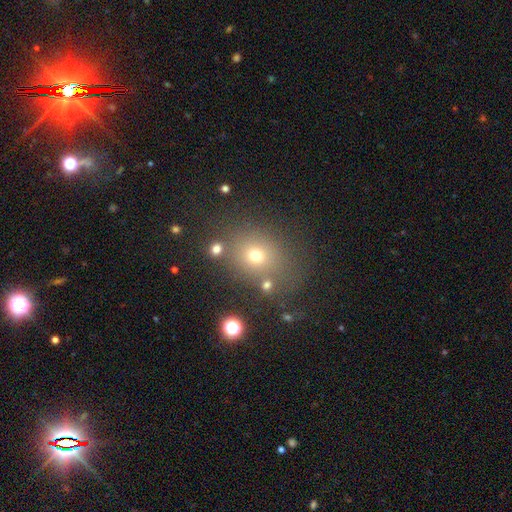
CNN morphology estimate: smooth 68%, star or artifact 21%, featured or disk 12%. Down the decision tree: how rounded — round (65%); merging — none (72%).